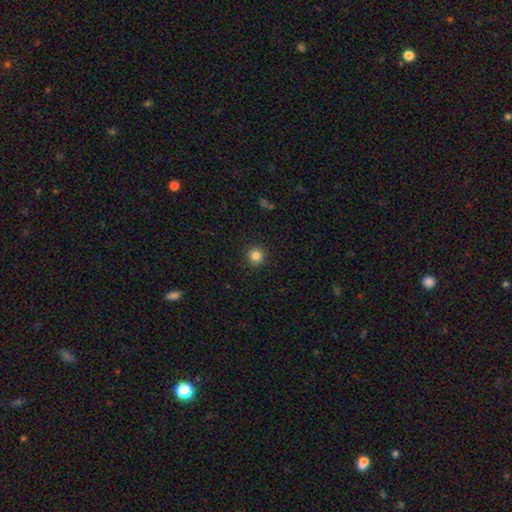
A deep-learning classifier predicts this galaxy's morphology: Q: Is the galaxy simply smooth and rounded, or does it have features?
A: smooth — 84%.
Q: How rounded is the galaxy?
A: round — 95%.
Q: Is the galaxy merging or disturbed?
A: none — 92%.